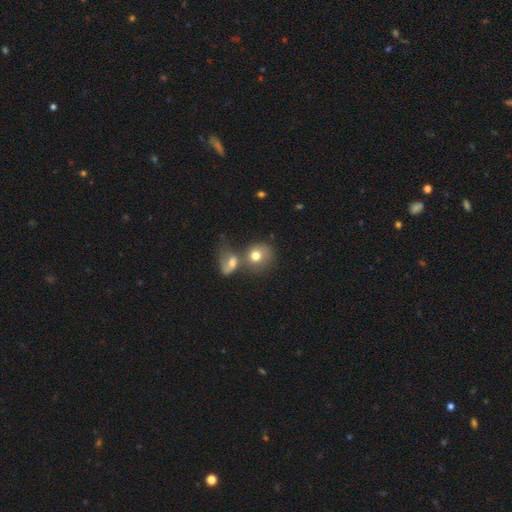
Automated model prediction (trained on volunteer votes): Smooth or featured?
  - smooth: 72% *
  - featured or disk: 18%
  - star or artifact: 10%
How rounded?
  - round: 70% *
  - in between: 29%
  - cigar-shaped: 1%
Merging?
  - merger: 57% *
  - none: 25%
  - minor disturbance: 10%
  - major disturbance: 9%